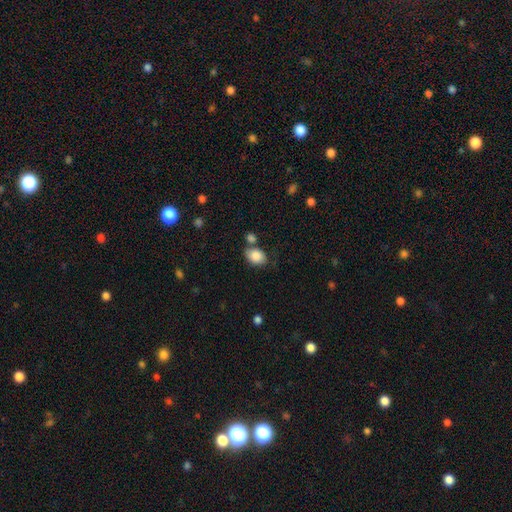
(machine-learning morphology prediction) smooth 86%, star or artifact 7%, featured or disk 6%. Down the decision tree: how rounded — in between (70%); merging — none (61%).